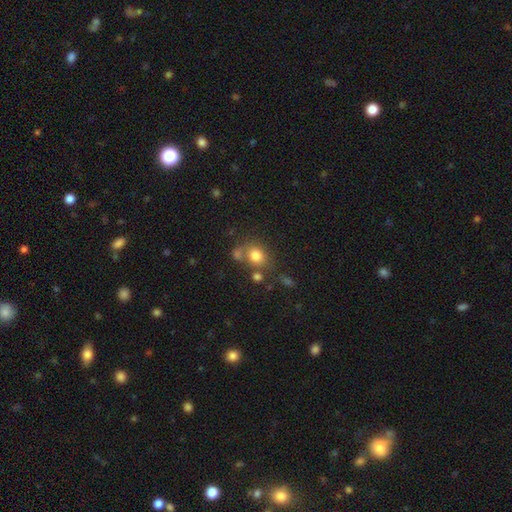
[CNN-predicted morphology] The model was most divided on "merging": none: 59%, merger: 21%, minor disturbance: 14%, major disturbance: 7%. More confident: smooth or featured — smooth (78%); how rounded — round (72%).